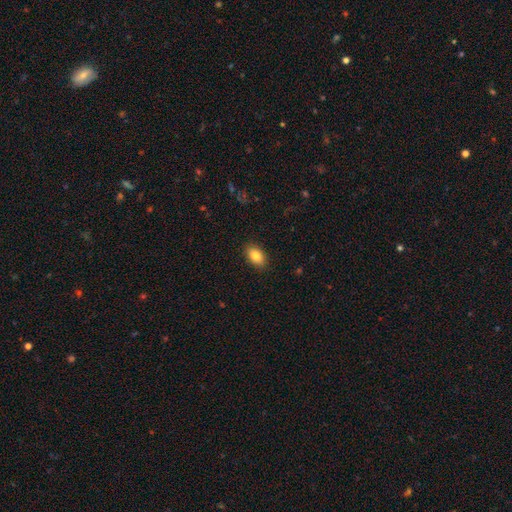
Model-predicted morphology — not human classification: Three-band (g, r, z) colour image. It shows a smooth galaxy with no disk features (85%) that is in between round and cigar-shaped (90%). Merging: none (89%).